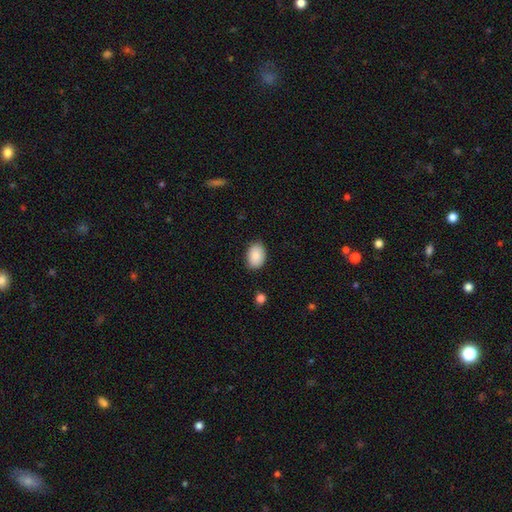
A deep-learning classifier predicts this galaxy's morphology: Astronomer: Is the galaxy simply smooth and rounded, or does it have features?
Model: smooth — 89%.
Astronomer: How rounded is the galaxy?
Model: in between — 85%.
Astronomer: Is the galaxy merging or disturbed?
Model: none — 85%.